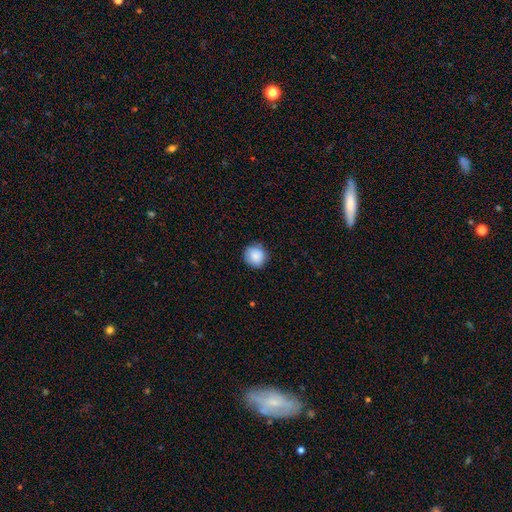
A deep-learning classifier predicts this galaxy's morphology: Overall: smooth (88%). How rounded: round (90%). Merging: none (84%).